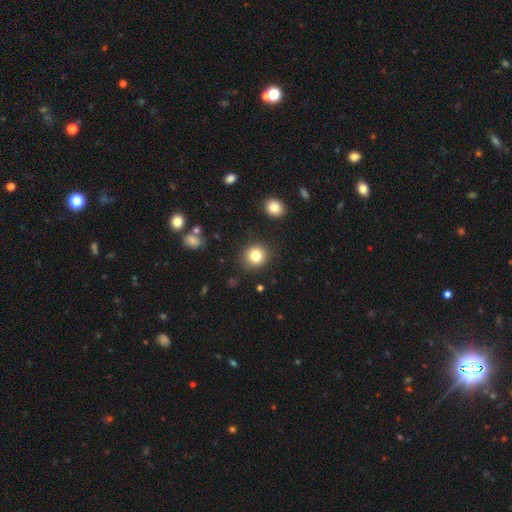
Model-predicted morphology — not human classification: A smooth galaxy with no disk features (81%) that is round (90%).

Vote fractions:
- Smooth or featured? smooth: 81% / star or artifact: 11% / featured or disk: 8%
- How rounded? round: 90% / in between: 9% / cigar-shaped: 1%
- Merging? none: 89% / minor disturbance: 6% / major disturbance: 2% / merger: 2%